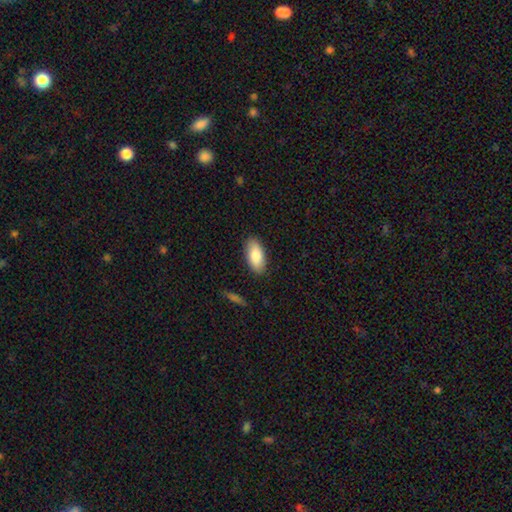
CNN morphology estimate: Smooth or featured: smooth — 81% (featured or disk — 12%)
How rounded: in between — 89% (cigar-shaped — 9%)
Merging: none — 87% (minor disturbance — 10%)